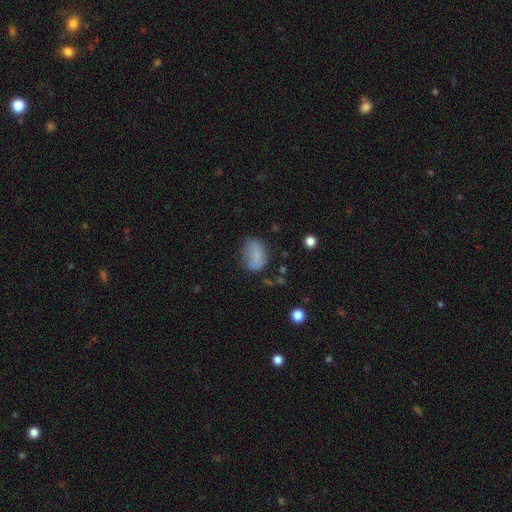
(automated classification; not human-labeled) smooth 79%, featured or disk 11%, star or artifact 10%. Down the decision tree: how rounded — in between (78%); merging — none (59%).